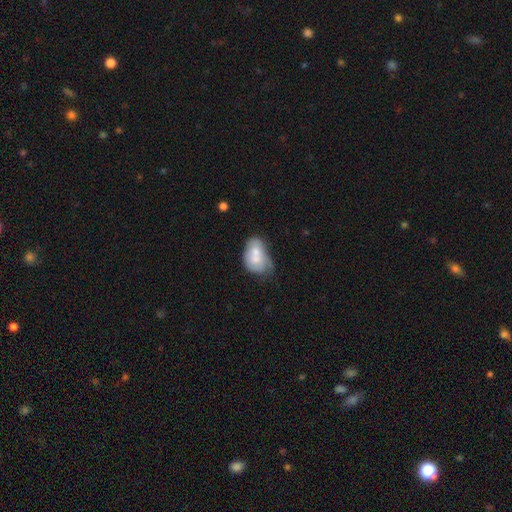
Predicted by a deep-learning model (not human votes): smooth-or-featured: smooth: 64% | featured or disk: 29% | star or artifact: 7%
  how-rounded: in between: 82% | round: 16% | cigar-shaped: 1%
  merging: merger: 45% | none: 22% | minor disturbance: 21% | major disturbance: 12%